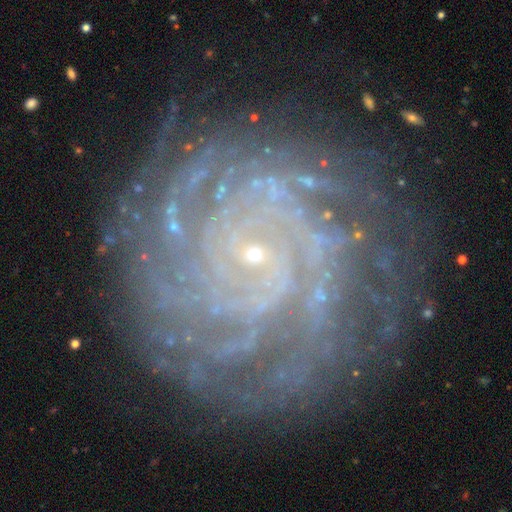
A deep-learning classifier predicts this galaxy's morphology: The model was most divided on "spiral arm count" (2-way tie): can't tell: 23%, more than 4: 23%, 4: 20%, 3: 13%, 2: 13%, 1: 9%. More confident: spiral arms — yes (97%); edge-on disk — no (97%); bulge size — small (89%); smooth or featured — featured or disk (87%); spiral winding — tight (81%); merging — none (80%); bar — no (73%).